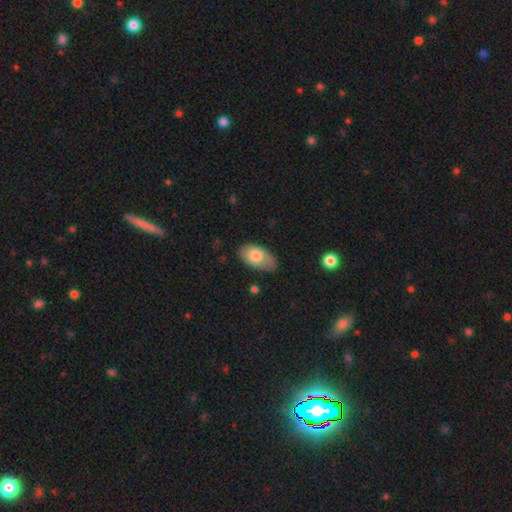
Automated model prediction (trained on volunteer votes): smooth_or_featured: smooth (p=0.74) [alt: featured or disk p=0.20]
how_rounded: in between (p=0.94) [alt: round p=0.04]
merging: none (p=0.66) [alt: minor disturbance p=0.26]